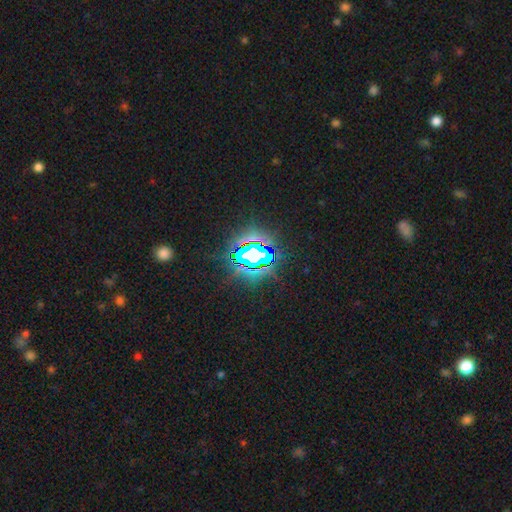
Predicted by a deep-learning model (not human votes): A star or artifact, not a galaxy (78%).

Vote fractions:
- Smooth or featured? star or artifact: 78% / smooth: 11% / featured or disk: 11%